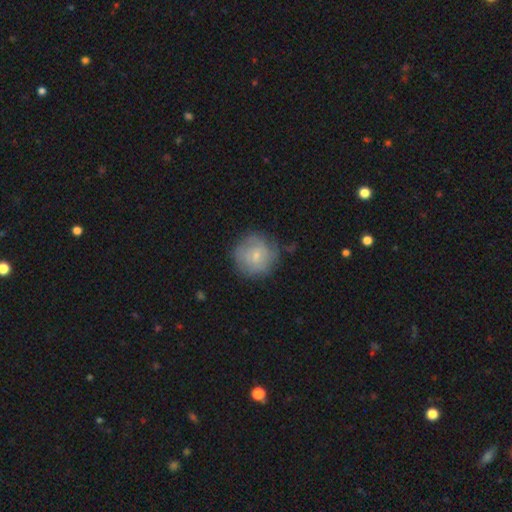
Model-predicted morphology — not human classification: Smooth or featured: featured or disk — 47% (smooth — 45%)
Merging: none — 73% (minor disturbance — 18%)